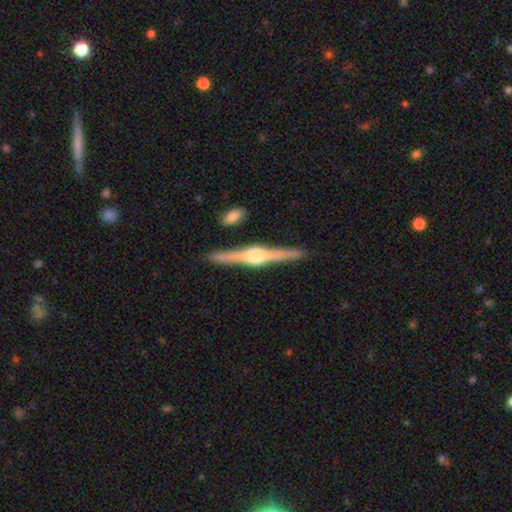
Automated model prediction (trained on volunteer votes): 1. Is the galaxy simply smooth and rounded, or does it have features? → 86% featured or disk, 9% smooth, 5% star or artifact.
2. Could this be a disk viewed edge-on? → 99% yes, 1% no.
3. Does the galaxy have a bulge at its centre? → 89% rounded, 9% boxy, 2% none.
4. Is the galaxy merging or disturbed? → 90% none, 6% minor disturbance, 2% merger, 2% major disturbance.